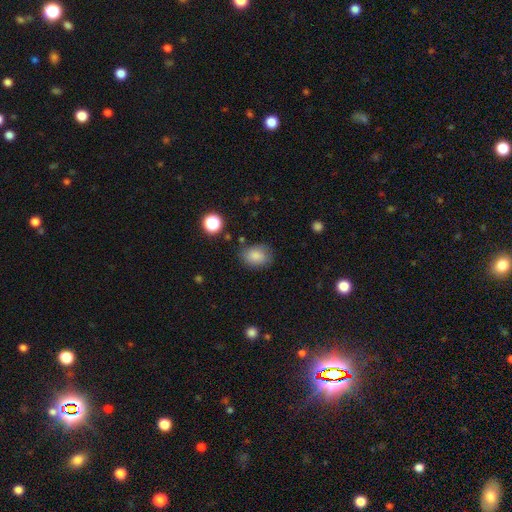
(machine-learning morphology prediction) A smooth galaxy with no disk features (84%) that is in between round and cigar-shaped (67%).

Vote fractions:
- Smooth or featured? smooth: 84% / star or artifact: 10% / featured or disk: 7%
- How rounded? in between: 67% / round: 32% / cigar-shaped: 1%
- Merging? none: 76% / minor disturbance: 17% / major disturbance: 5% / merger: 2%